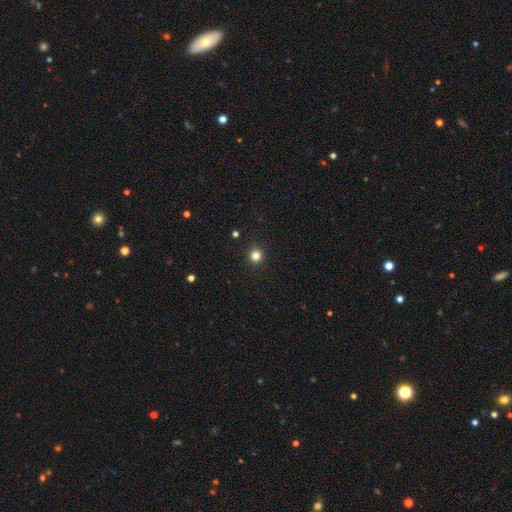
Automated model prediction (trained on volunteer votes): The model was most divided on "smooth or featured": smooth: 82%, star or artifact: 14%, featured or disk: 5%. More confident: how rounded — round (95%); merging — none (92%).